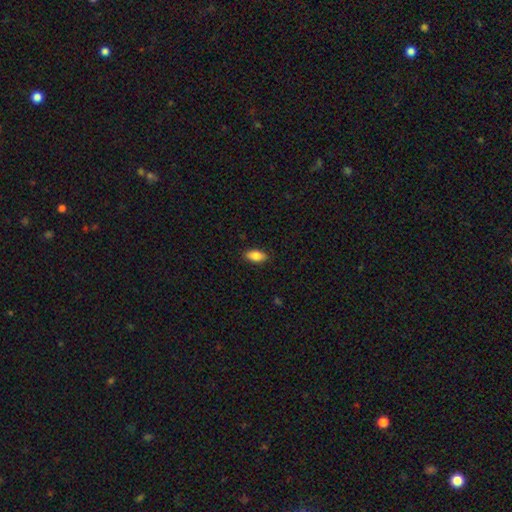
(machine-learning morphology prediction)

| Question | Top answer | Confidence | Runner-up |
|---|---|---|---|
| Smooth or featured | smooth | 86% | featured or disk (7%) |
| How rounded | in between | 89% | cigar-shaped (8%) |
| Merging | none | 88% | minor disturbance (9%) |